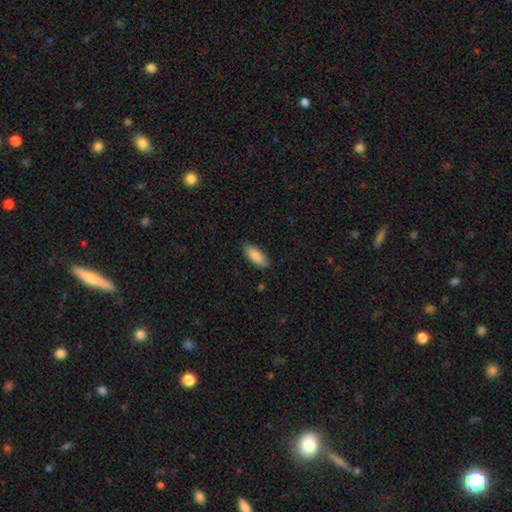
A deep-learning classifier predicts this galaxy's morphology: type=smooth (87%); roundness=in between (81%); merging=none (86%).